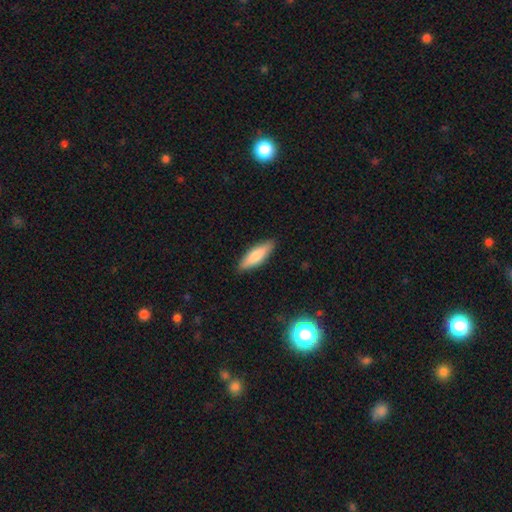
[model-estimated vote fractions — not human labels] Smooth or featured?
  - smooth: 75% *
  - featured or disk: 19%
  - star or artifact: 6%
How rounded?
  - cigar-shaped: 54% *
  - in between: 44%
  - round: 2%
Merging?
  - none: 88% *
  - minor disturbance: 9%
  - major disturbance: 2%
  - merger: 1%